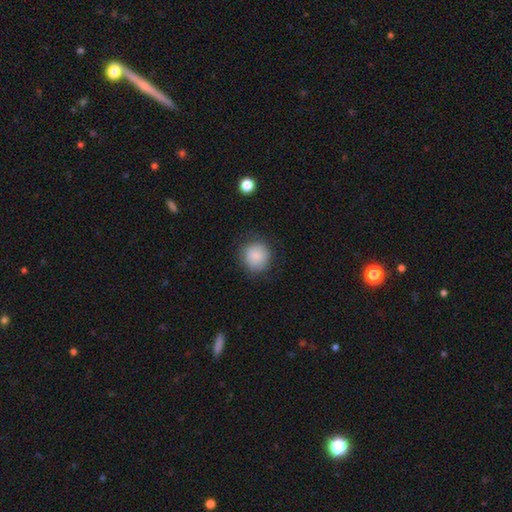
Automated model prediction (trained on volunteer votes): This appears to be a smooth galaxy with no disk features (87%) that is round (89%). Merging: none (82%).